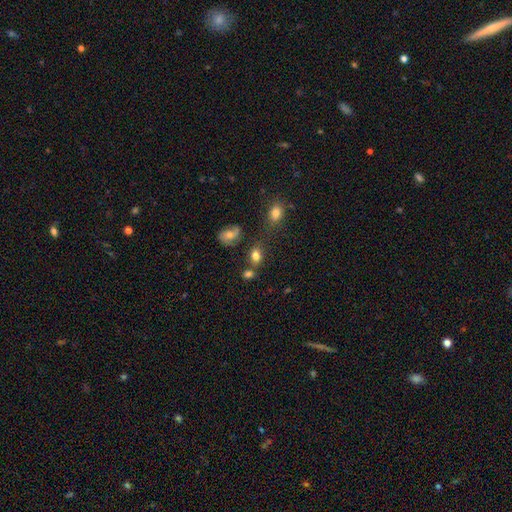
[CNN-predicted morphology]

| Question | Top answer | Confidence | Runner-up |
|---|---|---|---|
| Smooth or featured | smooth | 79% | star or artifact (11%) |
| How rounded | in between | 65% | round (33%) |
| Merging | none | 60% | merger (18%) |